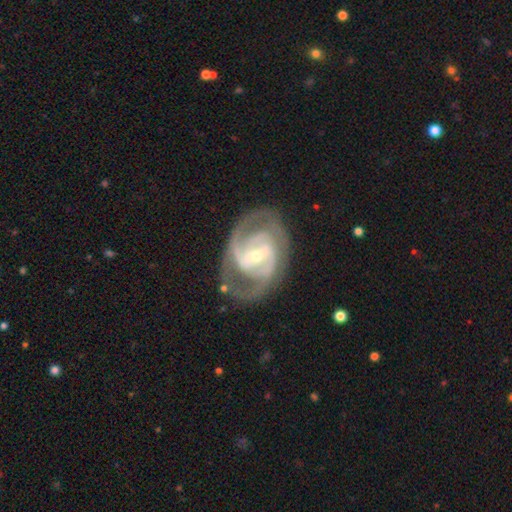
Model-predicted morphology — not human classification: This appears to be a featured or disk galaxy (89%) with a strong bar (48%), 2 (71%) medium (46%) spiral arms (94%) and a small central bulge (58%). Merging: none (72%).